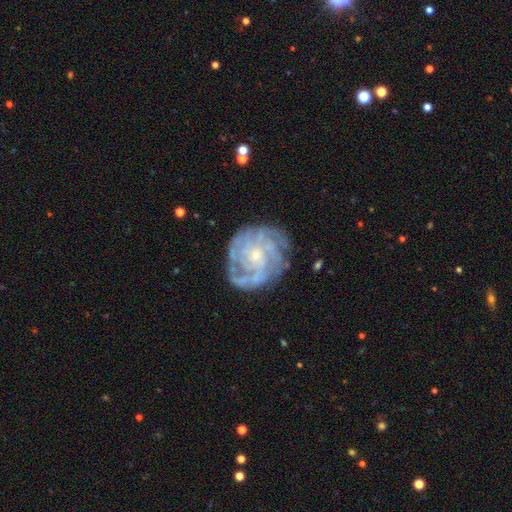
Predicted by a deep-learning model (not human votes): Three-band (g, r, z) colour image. It shows a featured or disk galaxy (83%) with no bar (71%), tight (67%) spiral arms (94%) and a small central bulge (68%). Merging: none (77%).